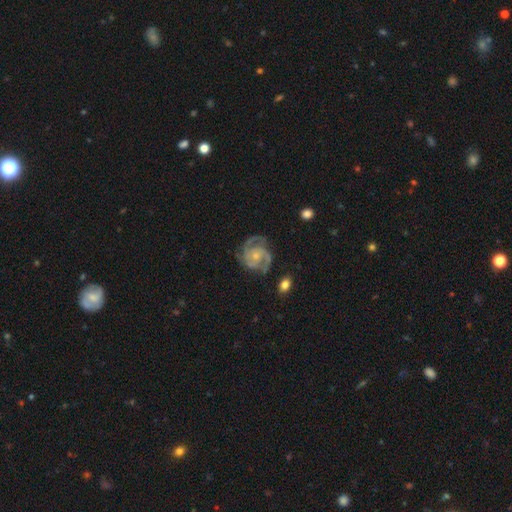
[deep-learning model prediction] A featured or disk galaxy (89%) with no bar (70%), 2 (40%) tight (47%) spiral arms (97%) and a small central bulge (66%). Merging: none (70%).